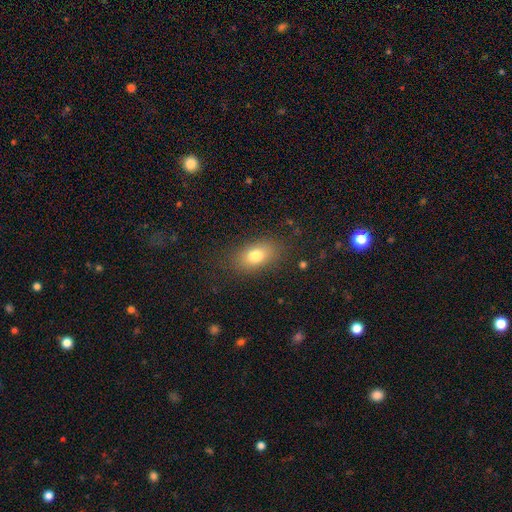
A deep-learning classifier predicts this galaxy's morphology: This is likely a smooth galaxy (78%). How rounded: clearly in between (84%). Merging: clearly none (82%).